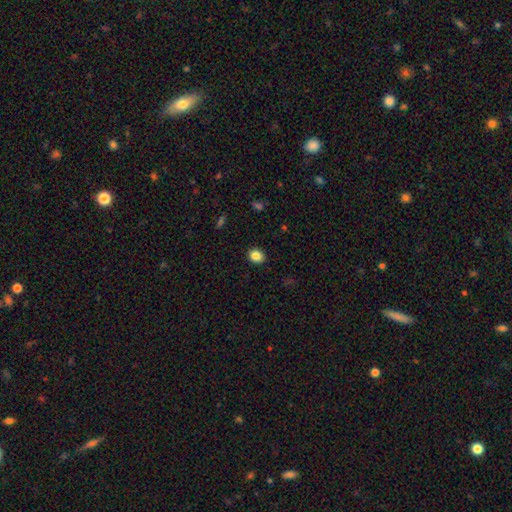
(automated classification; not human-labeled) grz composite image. It shows a smooth galaxy with no disk features (85%) that is round (64%). Merging: none (91%).